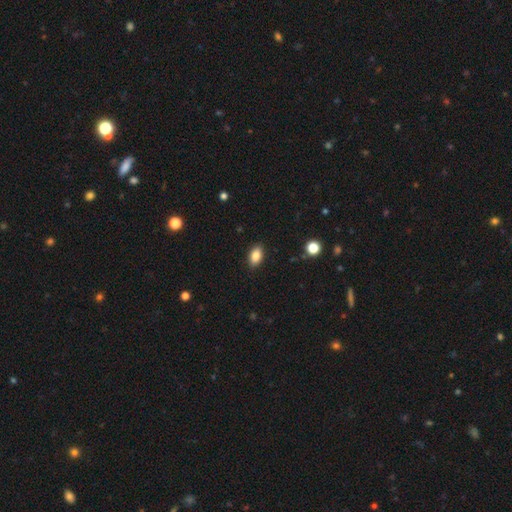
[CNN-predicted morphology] smooth-or-featured: smooth: 85% | star or artifact: 9% | featured or disk: 6%
  how-rounded: in between: 89% | round: 9% | cigar-shaped: 2%
  merging: none: 88% | minor disturbance: 9% | major disturbance: 2% | merger: 1%